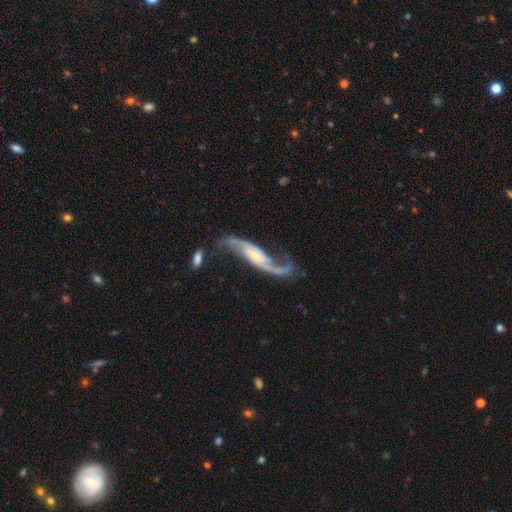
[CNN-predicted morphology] Smooth or featured?
  - featured or disk: 89% *
  - smooth: 6%
  - star or artifact: 5%
Edge-on disk?
  - no: 89% *
  - yes: 11%
Bar?
  - no: 49% *
  - weak: 32%
  - strong: 19%
Spiral arms?
  - yes: 96% *
  - no: 4%
Spiral winding?
  - loose: 75% *
  - medium: 20%
  - tight: 5%
Spiral arm count?
  - 2: 90% *
  - 1: 5%
  - can't tell: 2%
  - 3: 1%
  - 4: 1%
  - more than 4: 1%
Bulge size?
  - small: 62% *
  - moderate: 29%
  - none: 5%
  - large: 3%
  - dominant: 1%
Merging?
  - none: 57% *
  - minor disturbance: 18%
  - major disturbance: 17%
  - merger: 8%